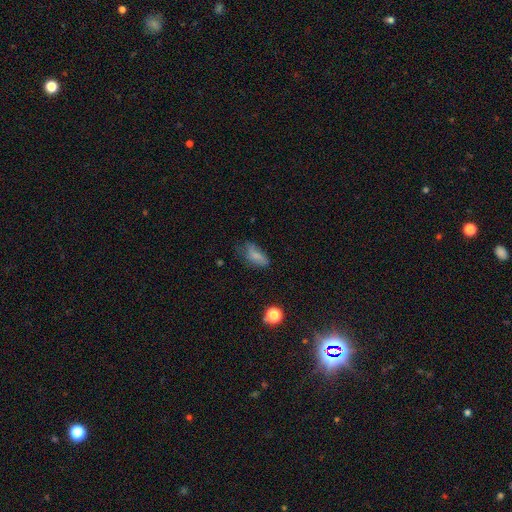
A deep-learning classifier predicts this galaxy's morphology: smooth-or-featured: smooth: 73% | featured or disk: 16% | star or artifact: 11%
  how-rounded: in between: 84% | cigar-shaped: 11% | round: 5%
  merging: none: 48% | minor disturbance: 33% | major disturbance: 17% | merger: 3%